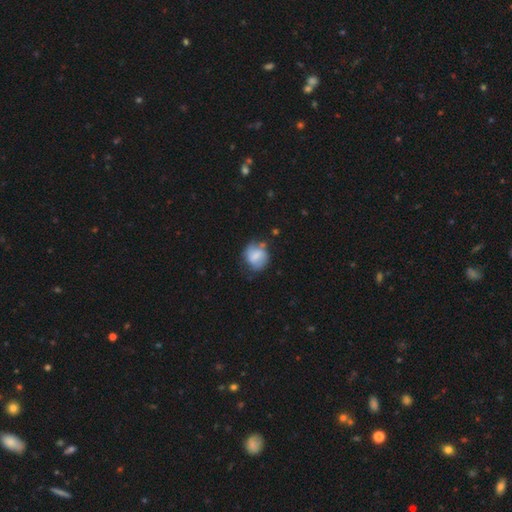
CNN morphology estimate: The model was most divided on "merging": none: 59%, minor disturbance: 27%, major disturbance: 9%, merger: 5%. More confident: how rounded — round (70%); smooth or featured — smooth (65%).